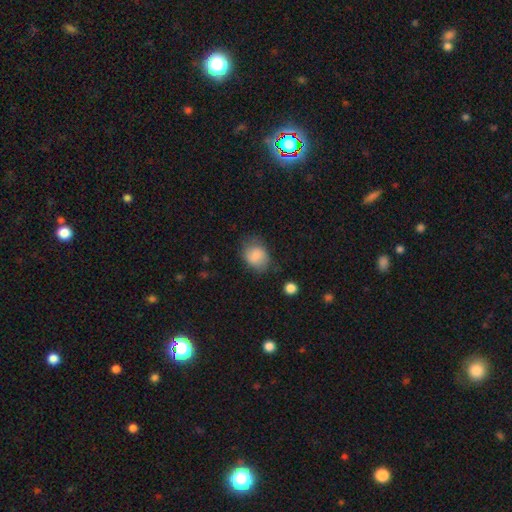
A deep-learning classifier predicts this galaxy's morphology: smooth-or-featured: smooth: 81% | featured or disk: 11% | star or artifact: 8%
  how-rounded: in between: 55% | round: 44% | cigar-shaped: 1%
  merging: none: 62% | minor disturbance: 26% | major disturbance: 10% | merger: 2%